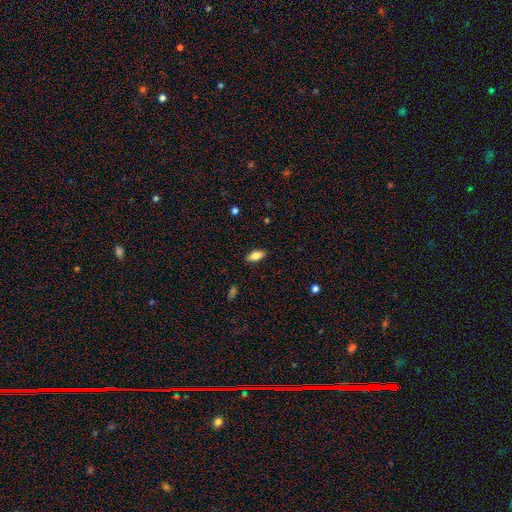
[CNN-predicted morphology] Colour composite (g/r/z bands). It shows a smooth galaxy with no disk features (80%) that is in between round and cigar-shaped (87%). Merging: none (88%).